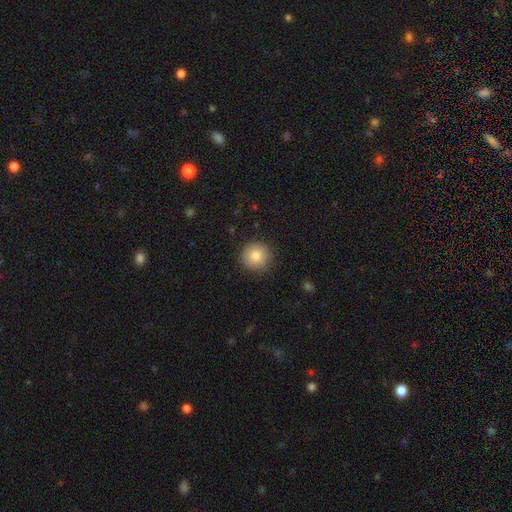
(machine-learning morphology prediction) This appears to be a smooth galaxy with no disk features (83%) that is round (94%). Merging: none (90%).